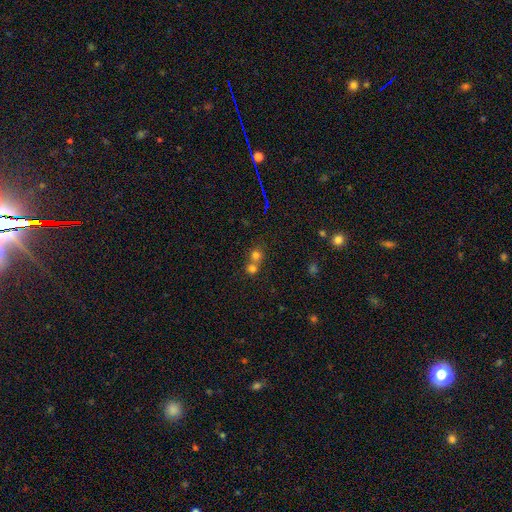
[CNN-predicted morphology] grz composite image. It shows a smooth galaxy with no disk features (73%) that is round (85%). Merging: merger (55%).